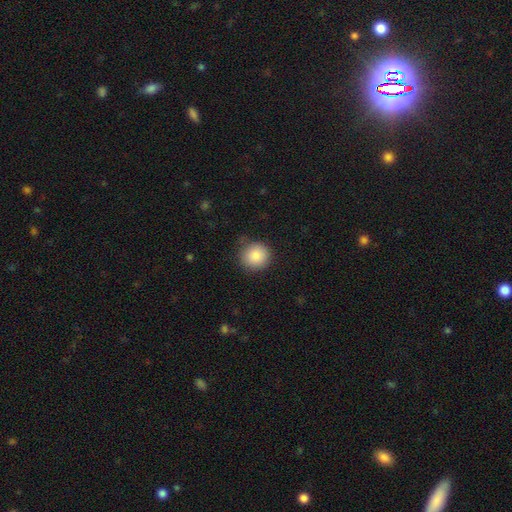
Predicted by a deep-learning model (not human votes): Overall: smooth (88%). How rounded: round (92%). Merging: none (84%).